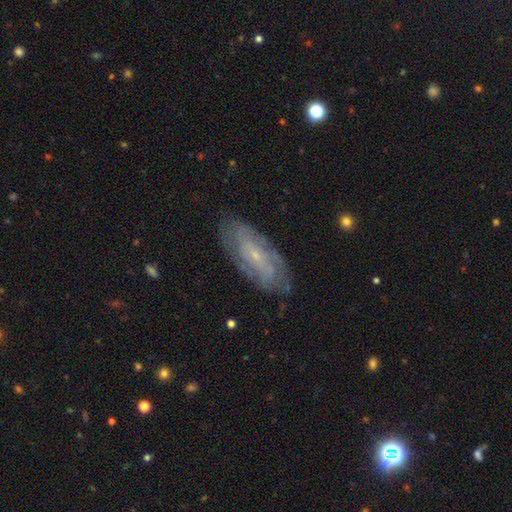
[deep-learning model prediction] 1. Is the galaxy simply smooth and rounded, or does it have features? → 72% featured or disk, 21% smooth, 7% star or artifact.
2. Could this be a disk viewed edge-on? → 88% no, 12% yes.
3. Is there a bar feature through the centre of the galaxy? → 62% no, 30% weak, 8% strong.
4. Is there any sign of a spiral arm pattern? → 85% yes, 15% no.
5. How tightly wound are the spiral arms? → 59% tight, 30% medium, 11% loose.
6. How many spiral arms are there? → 50% can't tell, 25% 2, 10% 3, 7% 4, 4% 1, 4% more than 4.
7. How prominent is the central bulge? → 81% small, 13% moderate, 4% none, 1% large, 1% dominant.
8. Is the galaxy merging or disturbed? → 79% none, 16% minor disturbance, 4% major disturbance, 1% merger.